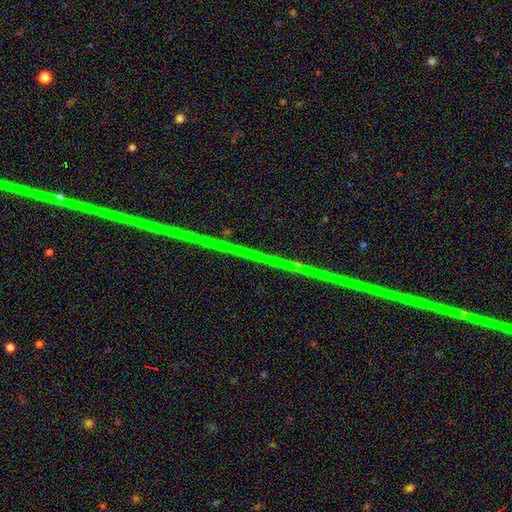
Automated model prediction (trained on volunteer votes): Smooth or featured? star or artifact (77%)